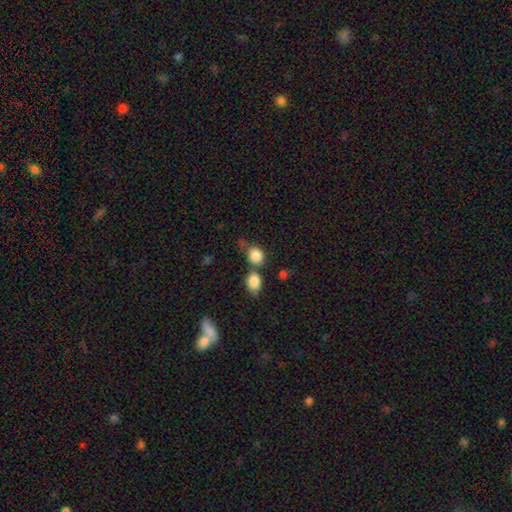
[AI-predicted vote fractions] This appears to be a smooth galaxy with no disk features (86%) that is round (62%). Merging: none (44%).